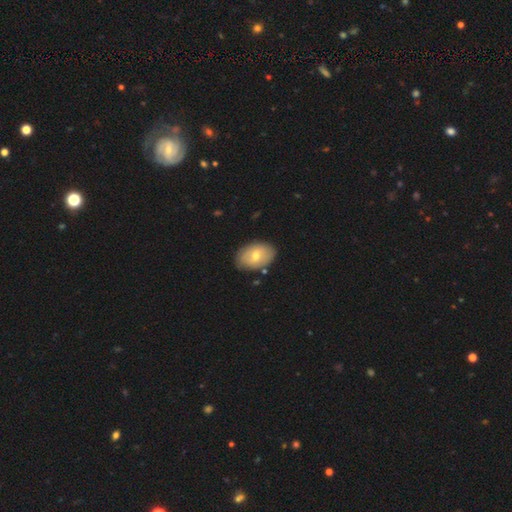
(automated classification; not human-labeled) smooth 62%, featured or disk 32%, star or artifact 6%. Down the decision tree: how rounded — in between (86%); merging — none (83%).